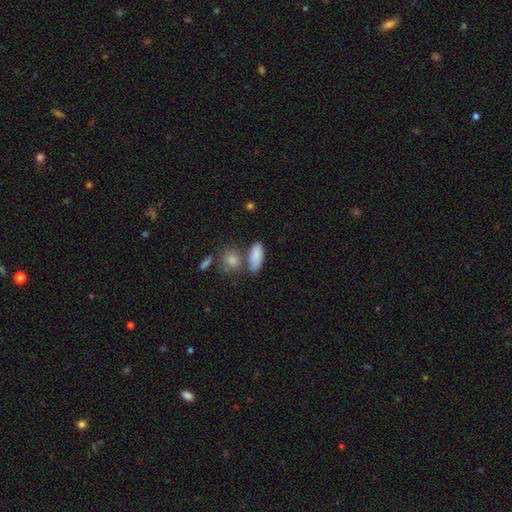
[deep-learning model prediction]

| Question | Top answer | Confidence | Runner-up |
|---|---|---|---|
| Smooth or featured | smooth | 83% | featured or disk (10%) |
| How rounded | in between | 83% | cigar-shaped (12%) |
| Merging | none | 56% | merger (21%) |